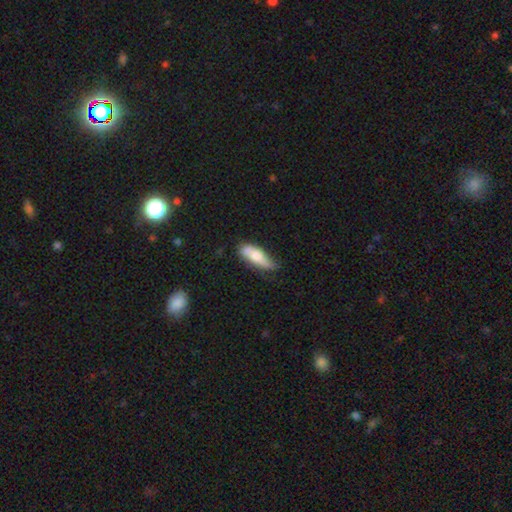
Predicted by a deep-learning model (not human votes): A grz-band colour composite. It shows a smooth galaxy with no disk features (68%) that is in between round and cigar-shaped (60%). Merging: none (50%).